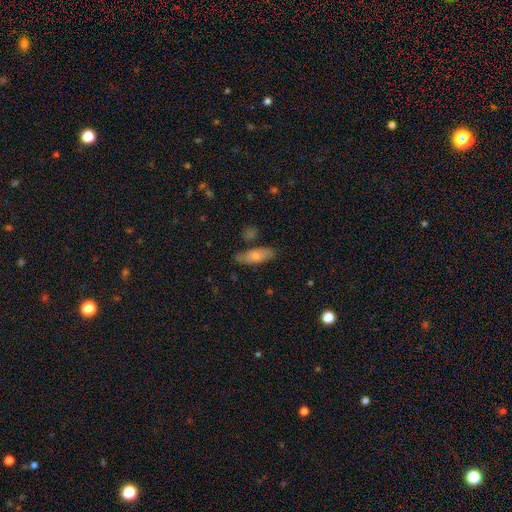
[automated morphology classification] smooth_or_featured: smooth (p=0.75) [alt: featured or disk p=0.18]
how_rounded: in between (p=0.65) [alt: cigar-shaped p=0.32]
merging: none (p=0.74) [alt: minor disturbance p=0.17]